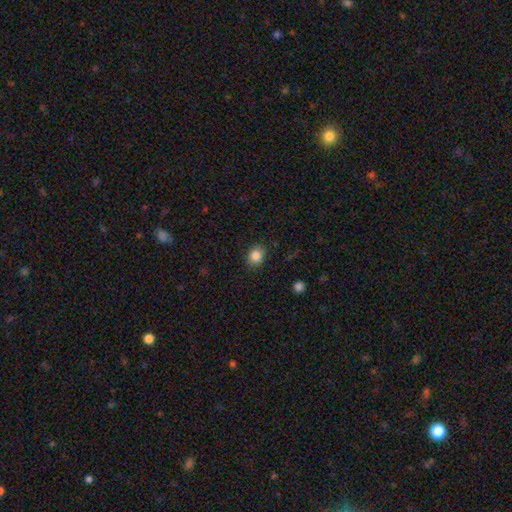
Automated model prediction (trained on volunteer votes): Morphology: type=smooth (85%); roundness=in between (53%); merging=none (87%).